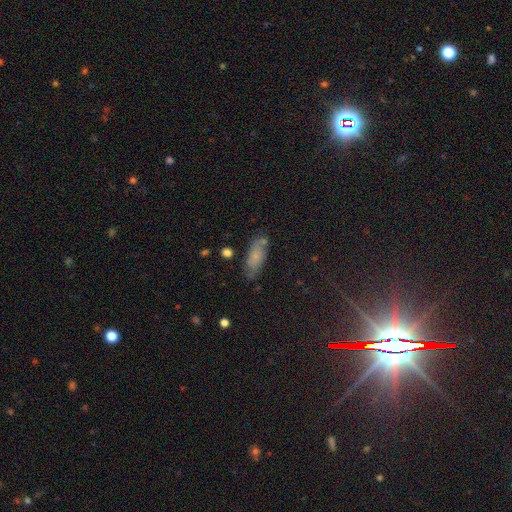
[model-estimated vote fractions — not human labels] The model was most divided on "smooth or featured": smooth: 58%, featured or disk: 27%, star or artifact: 15%. More confident: how rounded — in between (72%); merging — none (69%).